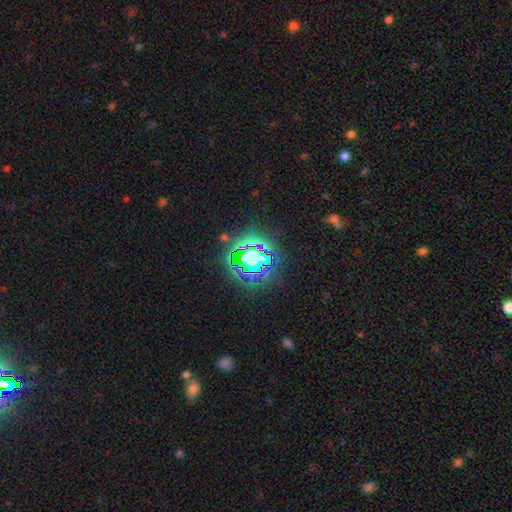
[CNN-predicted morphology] Q: Smooth or featured?
A: star or artifact (71%); runner-up: smooth (17%)